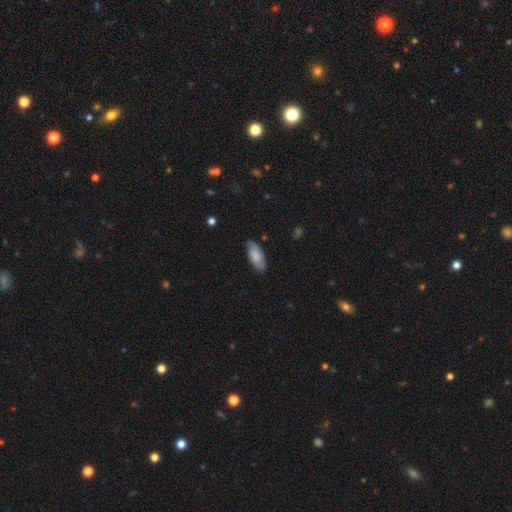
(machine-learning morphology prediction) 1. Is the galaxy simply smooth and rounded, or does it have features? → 83% smooth, 11% featured or disk, 6% star or artifact.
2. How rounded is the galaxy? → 84% in between, 14% cigar-shaped, 2% round.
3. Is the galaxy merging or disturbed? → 83% none, 13% minor disturbance, 2% major disturbance, 1% merger.